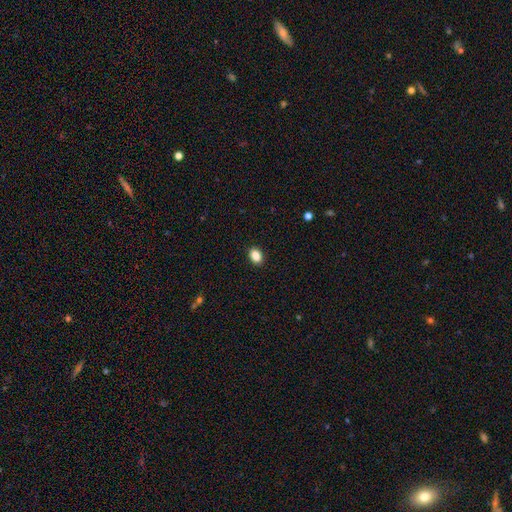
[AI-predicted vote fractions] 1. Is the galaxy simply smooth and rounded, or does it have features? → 88% smooth, 9% star or artifact, 3% featured or disk.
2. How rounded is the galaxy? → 75% in between, 23% round, 1% cigar-shaped.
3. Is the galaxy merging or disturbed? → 91% none, 7% minor disturbance, 2% major disturbance, 1% merger.